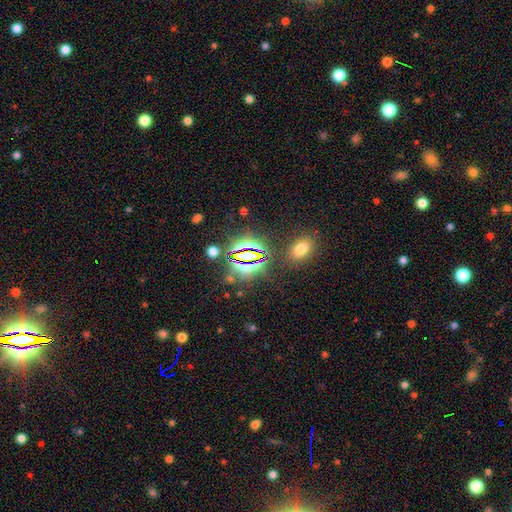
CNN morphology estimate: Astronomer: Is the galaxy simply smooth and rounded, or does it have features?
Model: star or artifact — 71%.